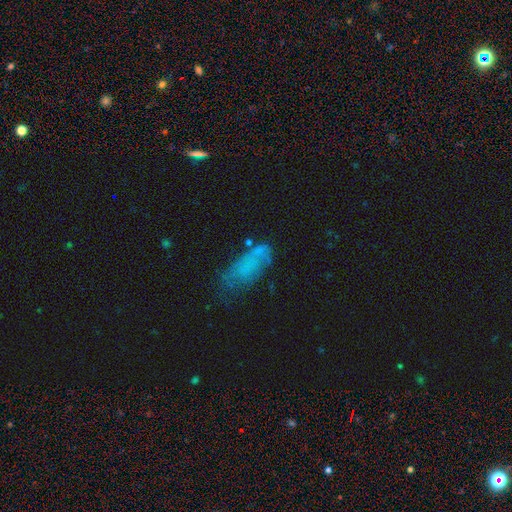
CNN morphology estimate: This appears to be a smooth galaxy with no disk features (58%) that is in between round and cigar-shaped (78%). Merging: none (42%).